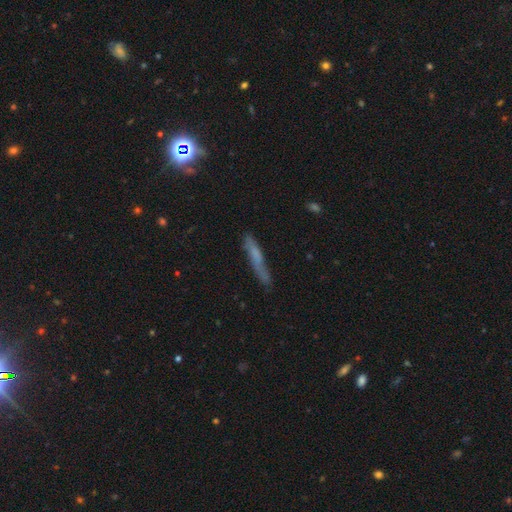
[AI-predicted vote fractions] smooth_or_featured: smooth (p=0.52) [alt: featured or disk p=0.38]
how_rounded: cigar-shaped (p=0.93) [alt: in between p=0.06]
merging: none (p=0.70) [alt: minor disturbance p=0.21]